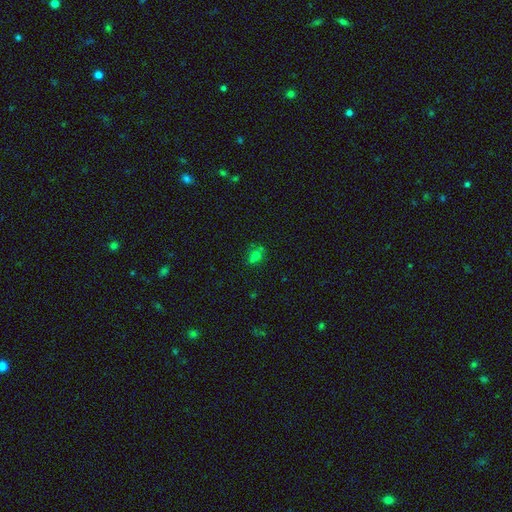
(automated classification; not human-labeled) Smooth or featured? Predicted: smooth (p=0.57). How rounded? Predicted: round (p=0.64). Merging? Predicted: none (p=0.58).